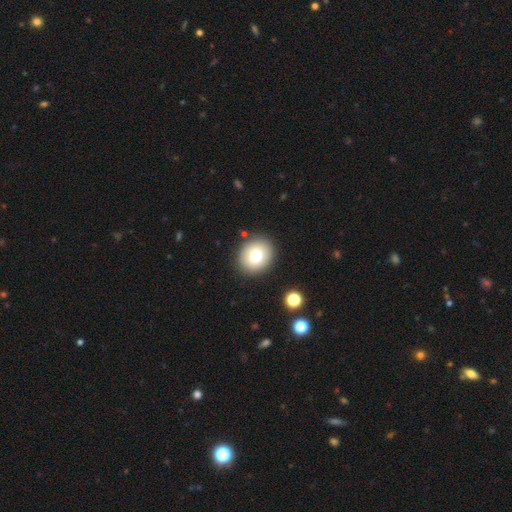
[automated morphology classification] Q: Smooth or featured?
A: smooth (77%); runner-up: featured or disk (13%)
Q: How rounded?
A: round (73%); runner-up: in between (26%)
Q: Merging?
A: none (89%); runner-up: minor disturbance (7%)